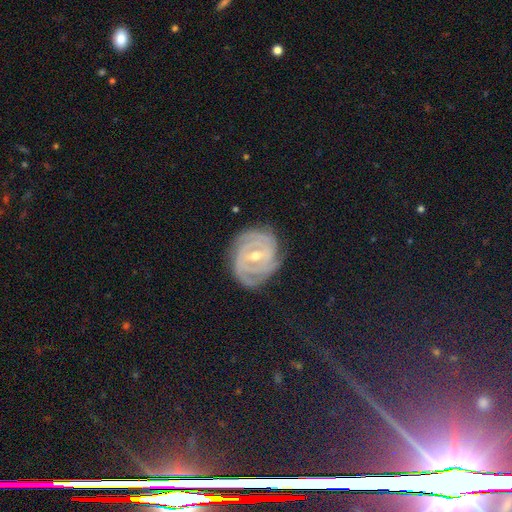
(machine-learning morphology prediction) smooth-or-featured: featured or disk: 86% | star or artifact: 7% | smooth: 6%
  disk-edge-on: no: 97% | yes: 3%
    bar: weak: 47% | strong: 34% | no: 19%
    has-spiral-arms: yes: 97% | no: 3%
      spiral-winding: tight: 83% | medium: 14% | loose: 3%
      spiral-arm-count: 2: 28% | 3: 26% | can't tell: 20% | 4: 12% | more than 4: 7% | 1: 7%
    bulge-size: moderate: 60% | small: 36% | large: 2% | none: 1% | dominant: 1%
  merging: none: 79% | minor disturbance: 15% | major disturbance: 4% | merger: 1%